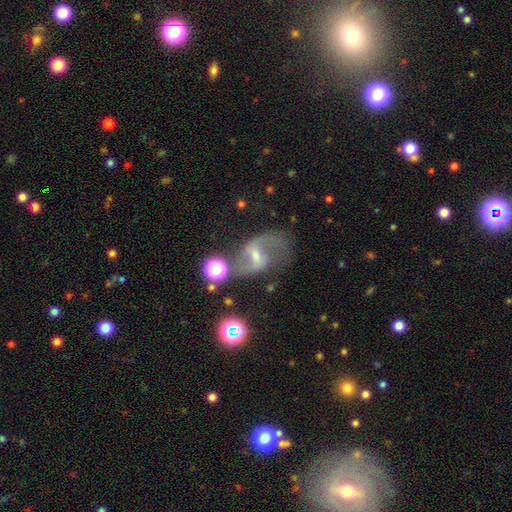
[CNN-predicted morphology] The model was most divided on "bar": weak: 48%, strong: 35%, no: 17%. More confident: edge-on disk — no (96%); spiral arms — yes (91%); spiral arm count — 2 (85%); smooth or featured — featured or disk (79%); merging — none (59%); bulge size — small (55%); spiral winding — loose (54%).